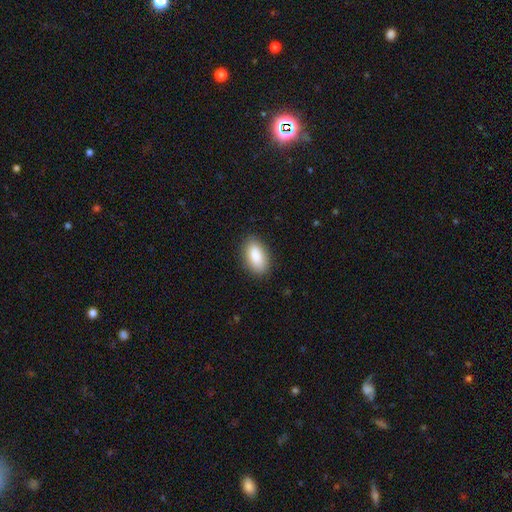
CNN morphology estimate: This is clearly a smooth galaxy (87%). How rounded: clearly in between (93%). Merging: clearly none (87%).